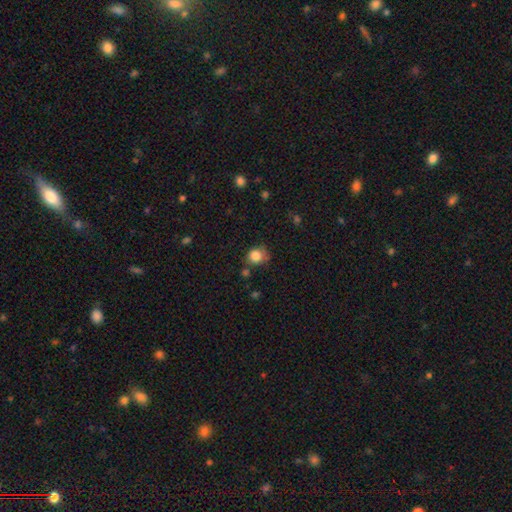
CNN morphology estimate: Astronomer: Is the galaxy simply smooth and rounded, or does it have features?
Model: smooth — 84%.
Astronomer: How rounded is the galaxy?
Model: round — 75%.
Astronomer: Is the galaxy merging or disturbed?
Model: none — 60%.